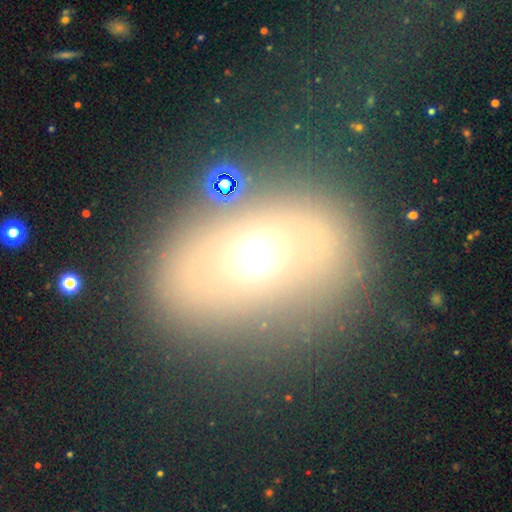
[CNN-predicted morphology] A smooth galaxy with no disk features (51%) that is in between round and cigar-shaped (78%). Merging: none (73%).